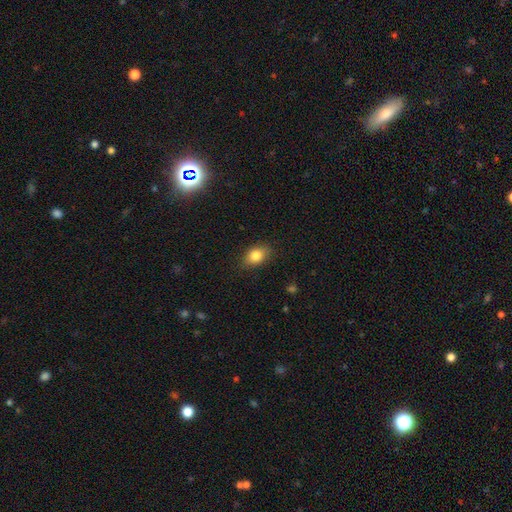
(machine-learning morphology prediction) Smooth or featured: smooth — 83% (featured or disk — 9%)
How rounded: in between — 78% (round — 20%)
Merging: none — 83% (minor disturbance — 13%)